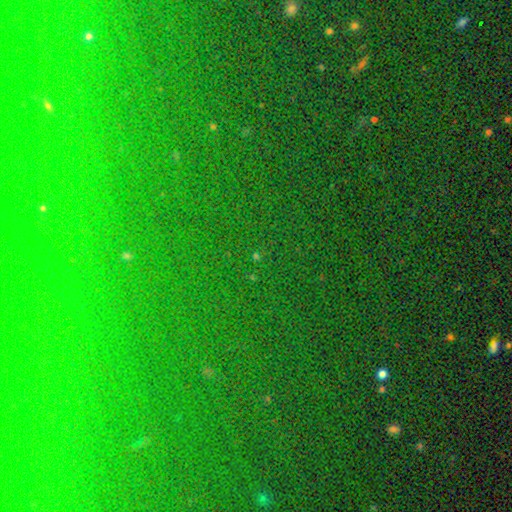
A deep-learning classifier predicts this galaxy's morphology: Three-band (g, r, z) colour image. It shows a star or artifact, not a galaxy (81%).